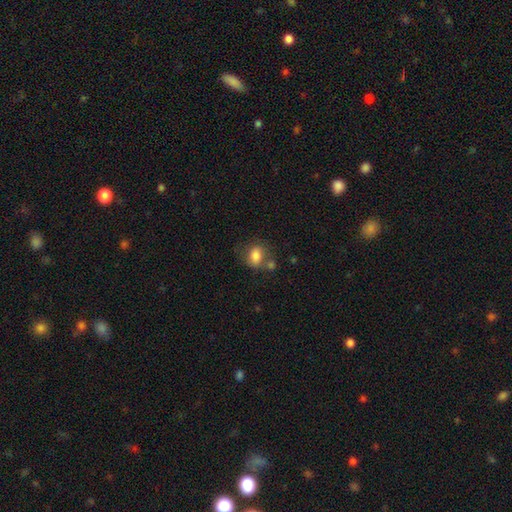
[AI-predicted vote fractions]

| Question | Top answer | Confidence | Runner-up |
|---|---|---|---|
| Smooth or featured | smooth | 81% | featured or disk (9%) |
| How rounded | in between | 66% | round (33%) |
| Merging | none | 54% | minor disturbance (19%) |